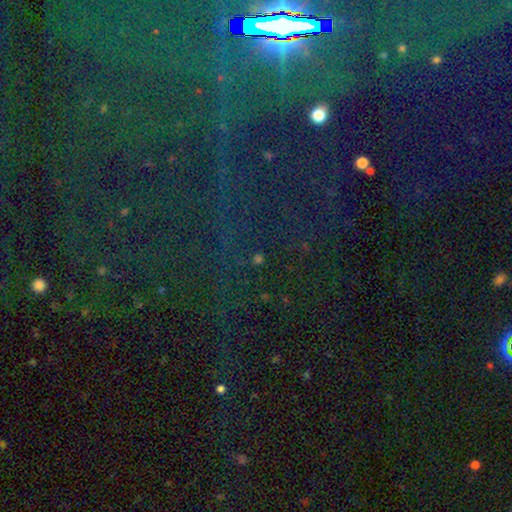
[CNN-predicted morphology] Smooth or featured: star or artifact — 81% (smooth — 11%)